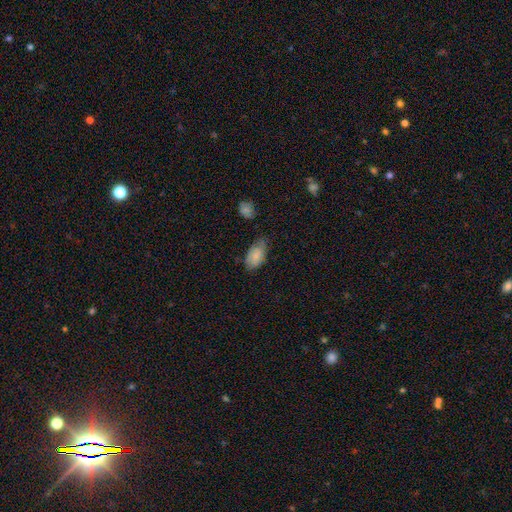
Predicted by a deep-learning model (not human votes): A smooth galaxy with no disk features (83%) that is in between round and cigar-shaped (94%).

Vote fractions:
- Smooth or featured? smooth: 83% / featured or disk: 10% / star or artifact: 7%
- How rounded? in between: 94% / round: 4% / cigar-shaped: 3%
- Merging? none: 55% / minor disturbance: 34% / major disturbance: 8% / merger: 3%